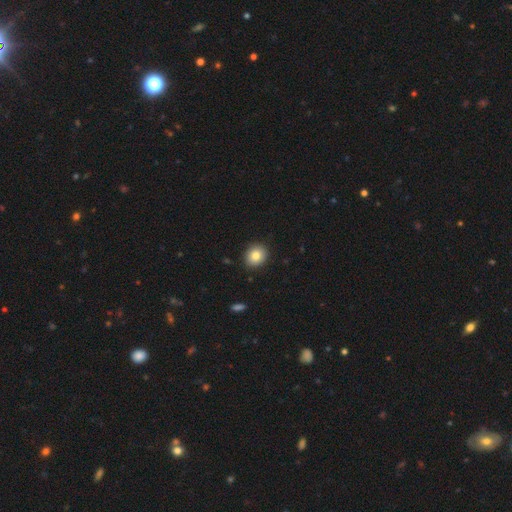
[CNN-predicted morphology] Smooth or featured: smooth — 82% (star or artifact — 9%)
How rounded: round — 74% (in between — 26%)
Merging: none — 90% (minor disturbance — 7%)